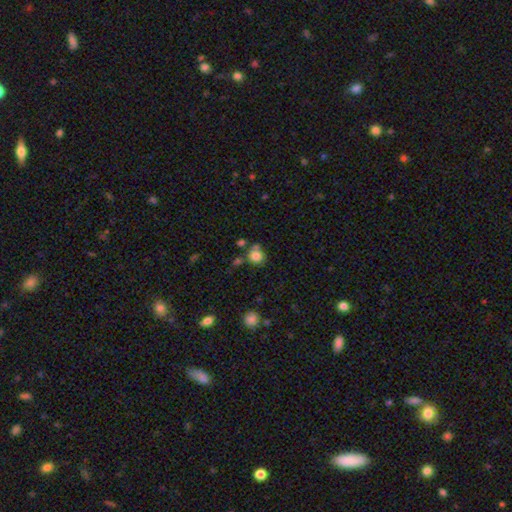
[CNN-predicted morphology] Smooth or featured? Predicted: smooth (p=0.81). How rounded? Predicted: round (p=0.82). Merging? Predicted: none (p=0.58).